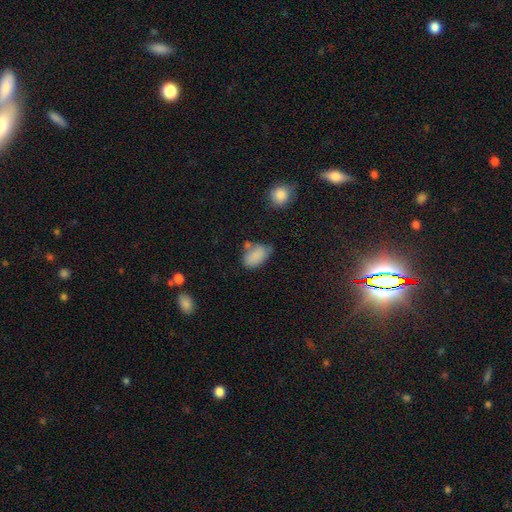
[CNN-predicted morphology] The model was most divided on "merging": none: 46%, minor disturbance: 32%, merger: 12%, major disturbance: 10%. More confident: how rounded — in between (89%); smooth or featured — smooth (83%).